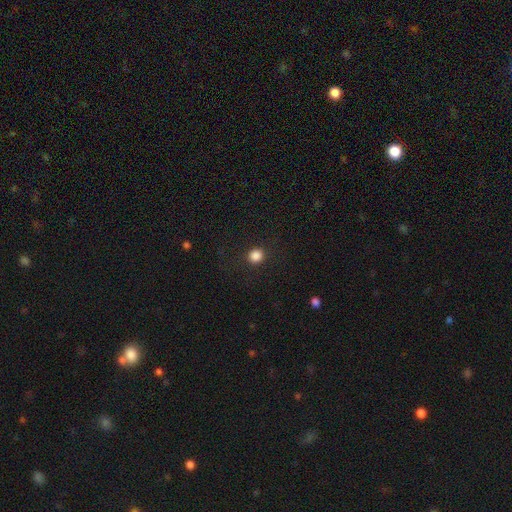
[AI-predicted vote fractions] Smooth or featured? Predicted: smooth (p=0.86). How rounded? Predicted: round (p=0.88). Merging? Predicted: none (p=0.90).